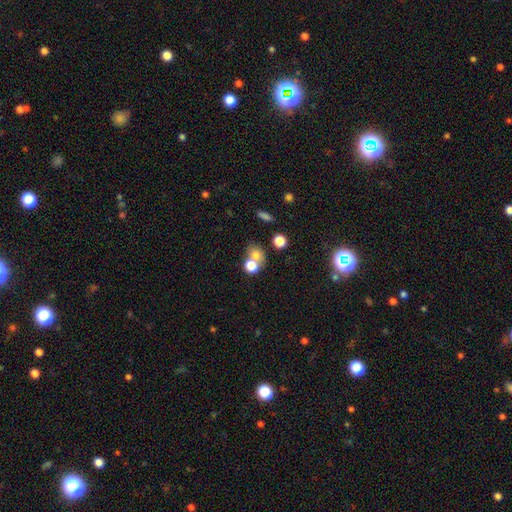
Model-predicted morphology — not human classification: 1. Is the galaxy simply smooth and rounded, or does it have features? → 72% smooth, 14% star or artifact, 14% featured or disk.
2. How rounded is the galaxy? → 63% round, 36% in between, 1% cigar-shaped.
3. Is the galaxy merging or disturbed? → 47% merger, 41% none, 8% minor disturbance, 4% major disturbance.